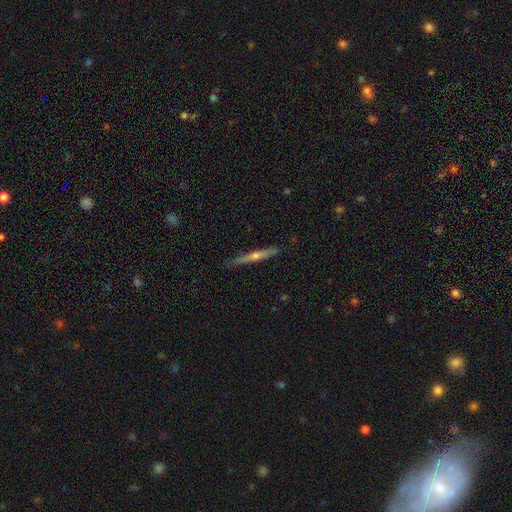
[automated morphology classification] A featured or disk galaxy (70%) viewed edge-on (97%) with a rounded central bulge (82%). Merging: none (89%).